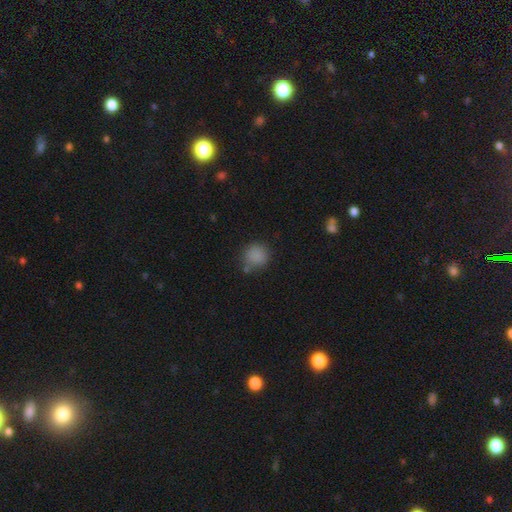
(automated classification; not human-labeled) A smooth galaxy with no disk features (84%) that is round (88%).

Vote fractions:
- Smooth or featured? smooth: 84% / star or artifact: 11% / featured or disk: 5%
- How rounded? round: 88% / in between: 11% / cigar-shaped: 1%
- Merging? none: 74% / minor disturbance: 14% / merger: 7% / major disturbance: 5%